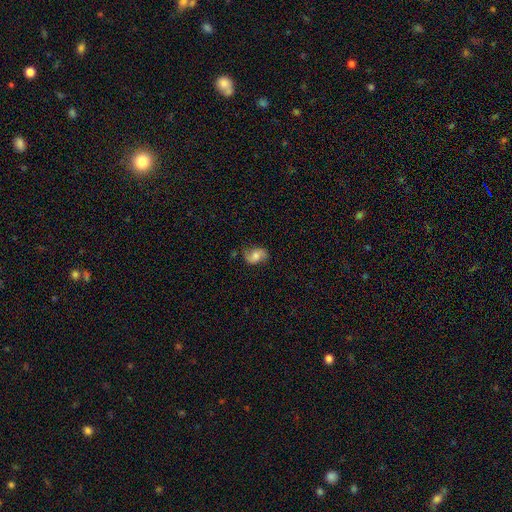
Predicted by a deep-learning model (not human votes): A smooth galaxy with no disk features (48%).

Vote fractions:
- Smooth or featured? smooth: 48% / featured or disk: 43% / star or artifact: 9%
- Merging? none: 69% / minor disturbance: 22% / major disturbance: 7% / merger: 2%